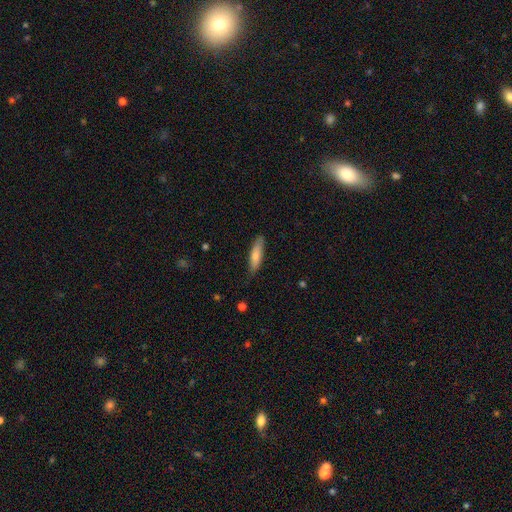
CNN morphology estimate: smooth-or-featured: smooth: 75% | featured or disk: 19% | star or artifact: 6%
  how-rounded: cigar-shaped: 66% | in between: 32% | round: 2%
  merging: none: 78% | minor disturbance: 18% | major disturbance: 3% | merger: 1%